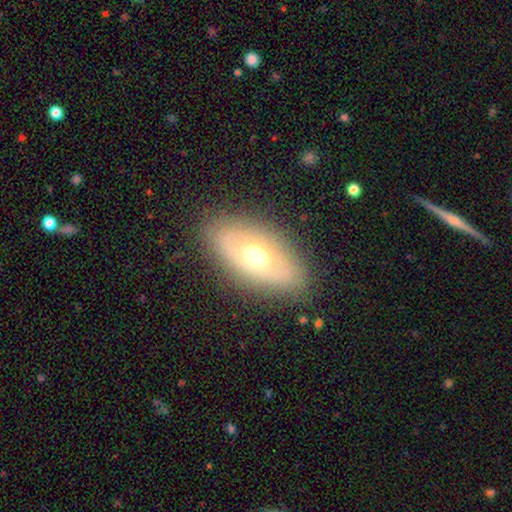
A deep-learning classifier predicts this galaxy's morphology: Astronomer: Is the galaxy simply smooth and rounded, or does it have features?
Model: featured or disk — 51% (runner-up: smooth, 41%).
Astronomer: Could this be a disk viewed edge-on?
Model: no — 83%.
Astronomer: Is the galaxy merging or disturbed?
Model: none — 83%.